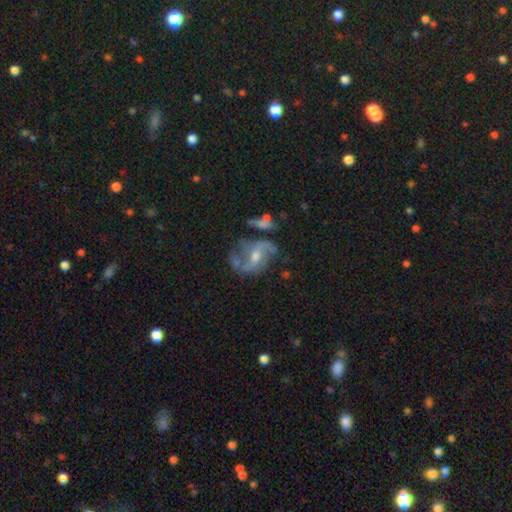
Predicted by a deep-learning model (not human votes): A featured or disk galaxy (83%) with a weak bar (47%), 2 (77%) loose (53%) spiral arms (91%) and a moderate central bulge (54%). Merging: none (52%).